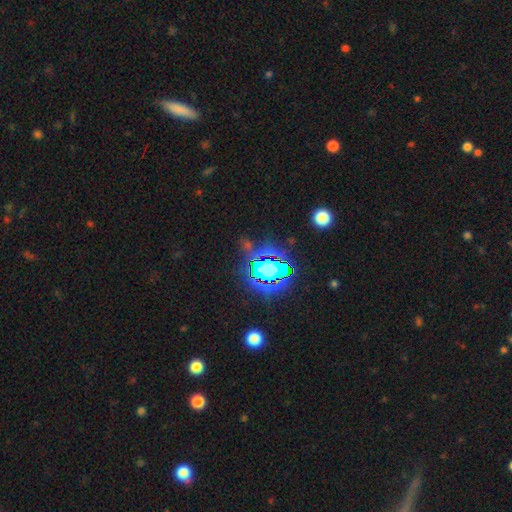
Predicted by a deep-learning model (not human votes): smooth-or-featured: star or artifact: 79% | smooth: 12% | featured or disk: 9%